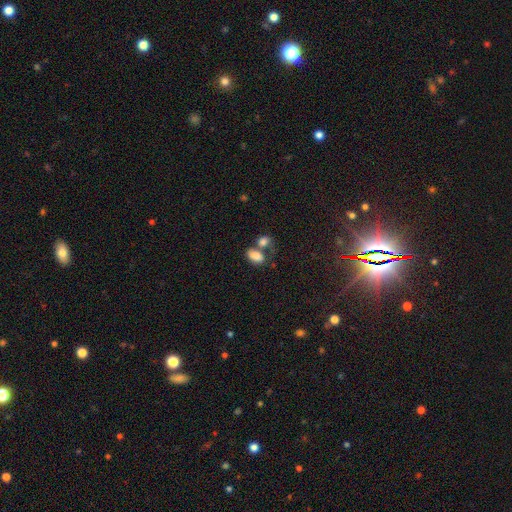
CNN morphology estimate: Q: Smooth or featured?
A: smooth (82%); runner-up: featured or disk (10%)
Q: How rounded?
A: in between (88%); runner-up: round (11%)
Q: Merging?
A: merger (49%); runner-up: none (32%)